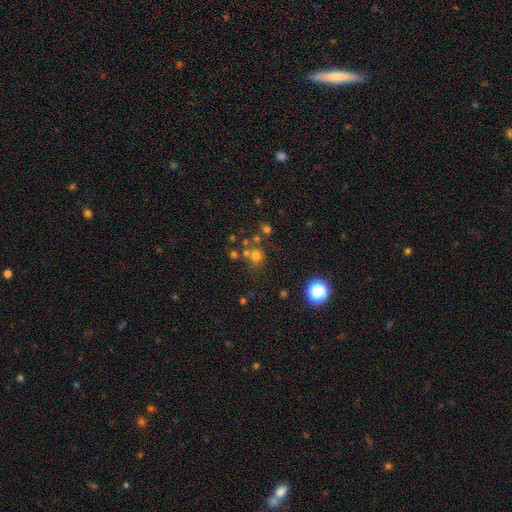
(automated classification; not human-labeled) A smooth galaxy with no disk features (64%) that is round (86%). Merging: none (64%).